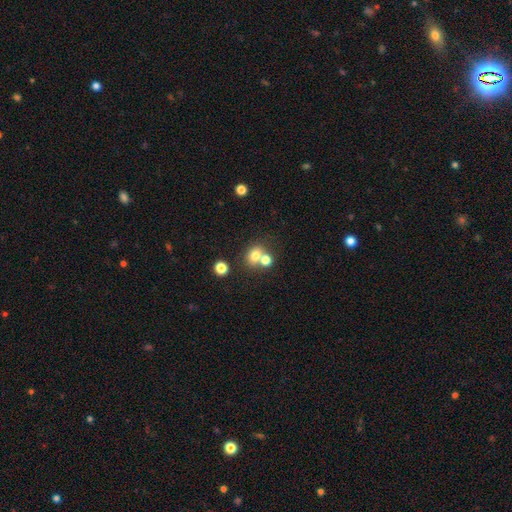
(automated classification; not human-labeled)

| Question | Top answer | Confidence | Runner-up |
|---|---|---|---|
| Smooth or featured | smooth | 74% | star or artifact (14%) |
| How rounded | round | 66% | in between (33%) |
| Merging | none | 47% | merger (41%) |